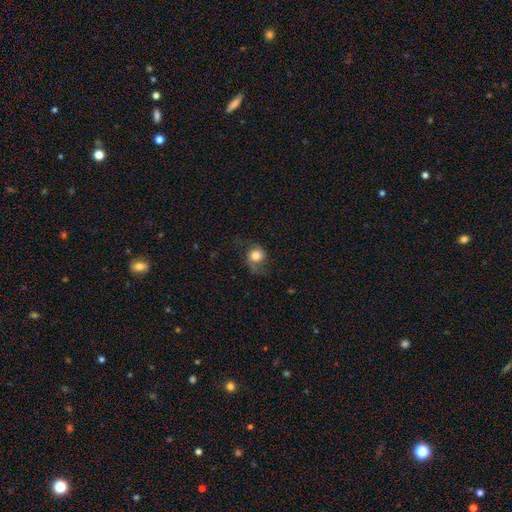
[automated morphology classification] type=smooth (74%); roundness=round (80%); merging=none (51%).